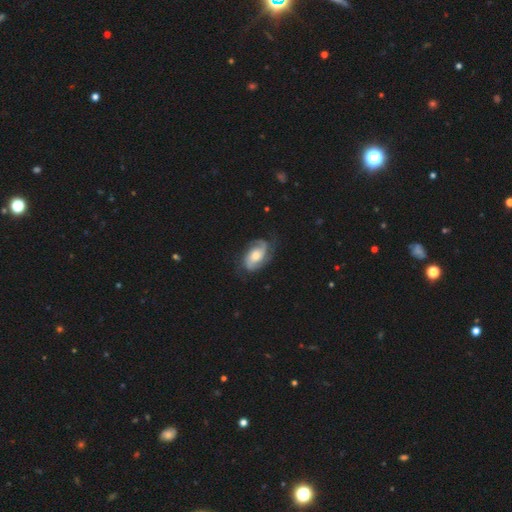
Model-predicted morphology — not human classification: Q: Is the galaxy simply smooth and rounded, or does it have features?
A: featured or disk — 80%.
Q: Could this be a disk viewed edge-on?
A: no — 97%.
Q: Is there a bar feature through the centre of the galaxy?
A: no — 62%.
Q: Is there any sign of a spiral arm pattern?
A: yes — 95%.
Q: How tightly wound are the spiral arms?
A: medium — 45%.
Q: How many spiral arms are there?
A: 2 — 75%.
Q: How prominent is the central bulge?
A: moderate — 60%.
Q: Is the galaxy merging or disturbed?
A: none — 70%.